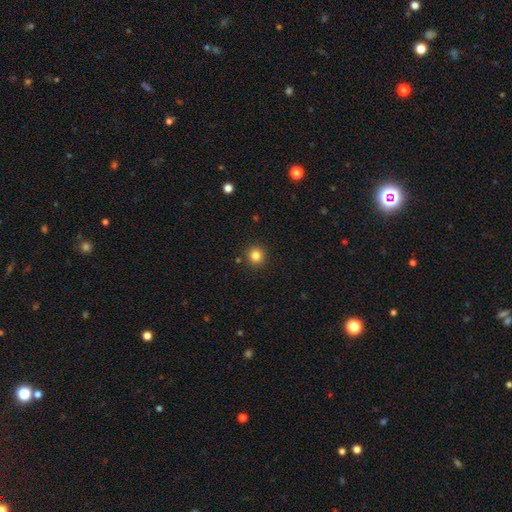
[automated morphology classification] smooth-or-featured: smooth: 83% | star or artifact: 12% | featured or disk: 5%
  how-rounded: round: 93% | in between: 6% | cigar-shaped: 1%
  merging: none: 91% | minor disturbance: 6% | merger: 2% | major disturbance: 2%